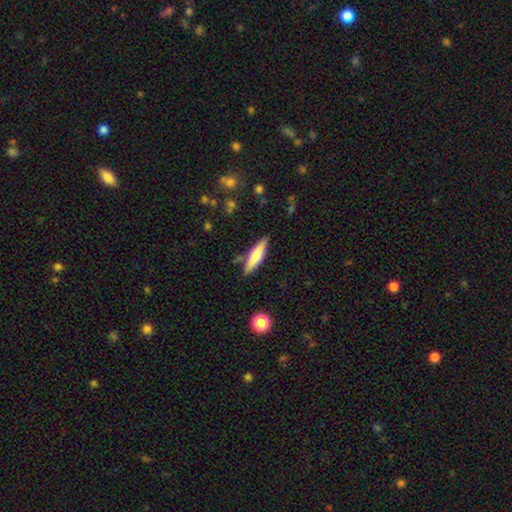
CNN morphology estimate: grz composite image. It shows a smooth galaxy with no disk features (64%) that is cigar-shaped (76%). Merging: none (83%).